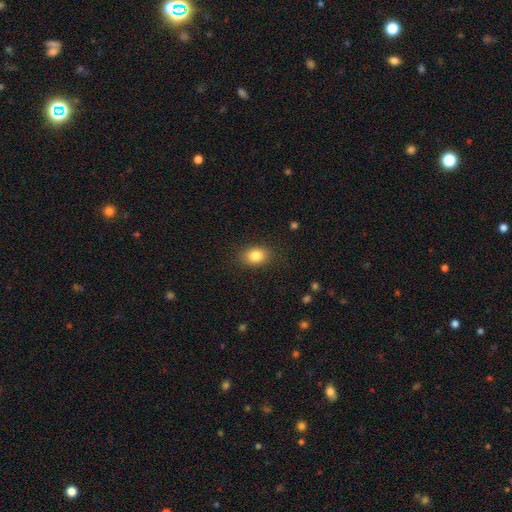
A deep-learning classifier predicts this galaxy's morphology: smooth 84%, star or artifact 9%, featured or disk 7%. Down the decision tree: how rounded — in between (69%); merging — none (87%).